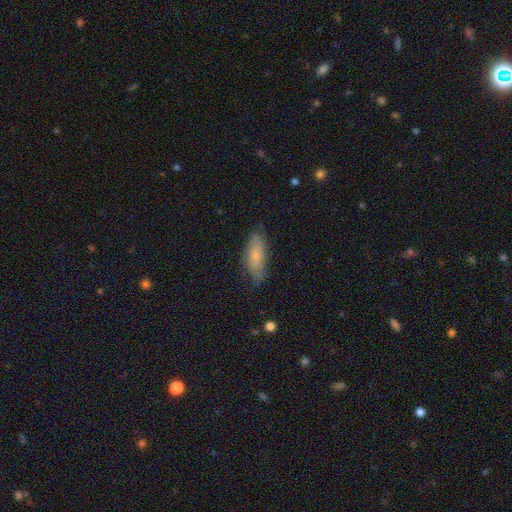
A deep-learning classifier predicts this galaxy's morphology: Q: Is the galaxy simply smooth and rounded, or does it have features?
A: smooth — 56%.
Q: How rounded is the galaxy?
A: in between — 72%.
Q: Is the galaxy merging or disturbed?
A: none — 69%.